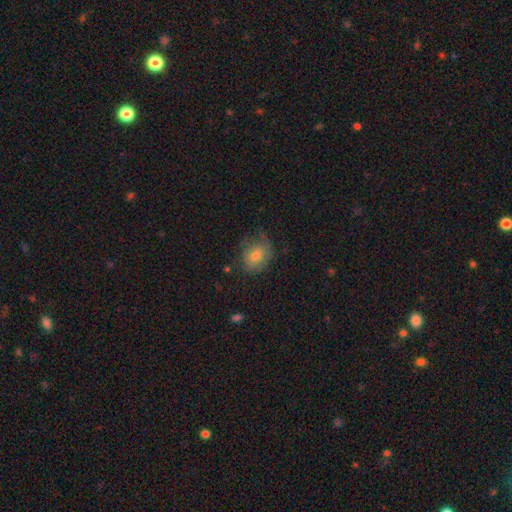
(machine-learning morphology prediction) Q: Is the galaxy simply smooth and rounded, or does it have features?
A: smooth — 74%.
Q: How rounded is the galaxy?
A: in between — 52%.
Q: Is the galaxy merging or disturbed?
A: none — 62%.